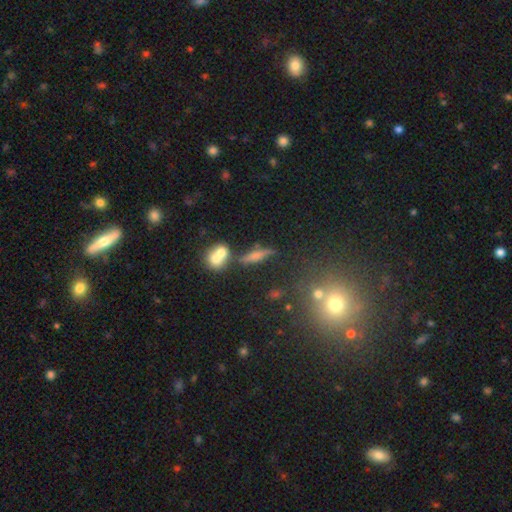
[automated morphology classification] smooth 45%, featured or disk 41%, star or artifact 14%. Down the decision tree: merging — none (54%).